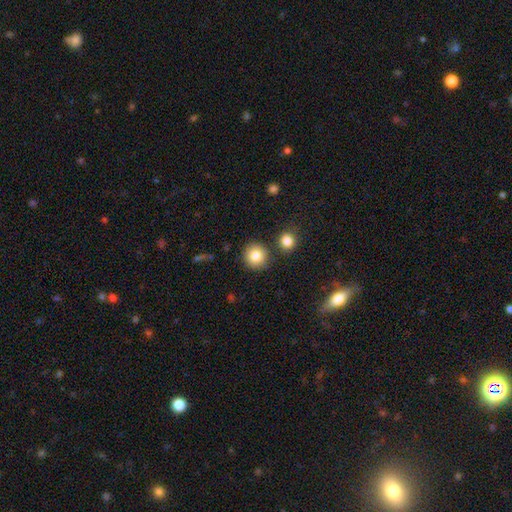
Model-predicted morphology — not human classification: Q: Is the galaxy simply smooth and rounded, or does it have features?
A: smooth — 83%.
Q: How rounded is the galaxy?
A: round — 93%.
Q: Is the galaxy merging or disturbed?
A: none — 85%.